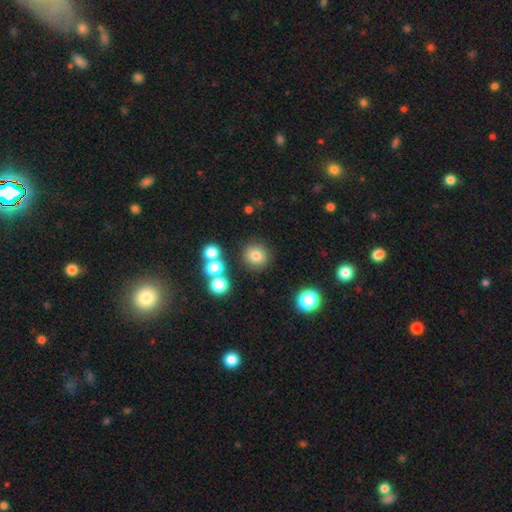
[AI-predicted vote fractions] A smooth galaxy with no disk features (78%) that is round (91%).

Vote fractions:
- Smooth or featured? smooth: 78% / star or artifact: 14% / featured or disk: 8%
- How rounded? round: 91% / in between: 8% / cigar-shaped: 1%
- Merging? none: 84% / minor disturbance: 7% / merger: 5% / major disturbance: 3%